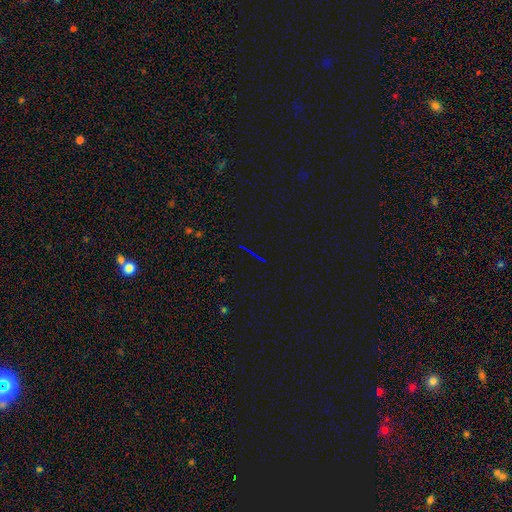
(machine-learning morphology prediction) smooth_or_featured: star or artifact (p=0.77) [alt: featured or disk p=0.12]